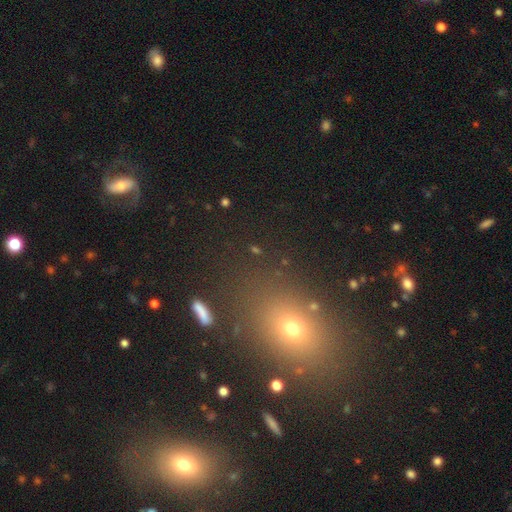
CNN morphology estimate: Overall: smooth (49%; star or artifact 38%). Merging: none (81%).